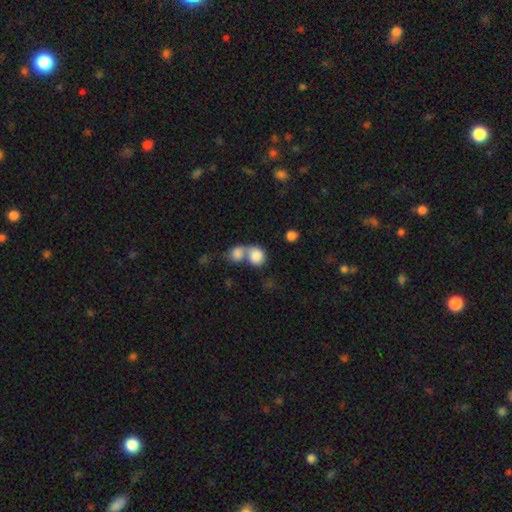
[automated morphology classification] Smooth or featured? Predicted: smooth (p=0.84). How rounded? Predicted: round (p=0.69). Merging? Predicted: merger (p=0.69).